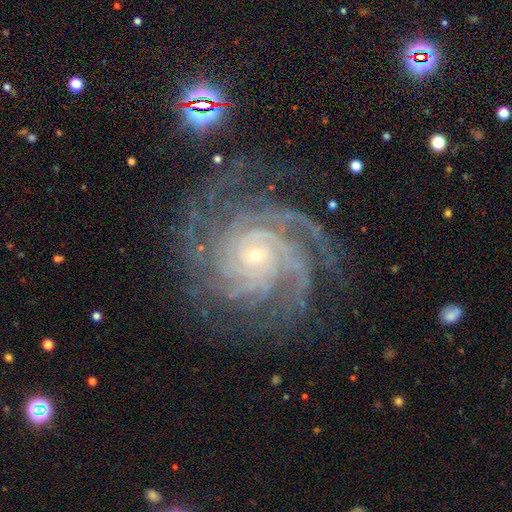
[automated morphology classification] A featured or disk galaxy (91%) with no bar (74%), 4 (30%) tight (76%) spiral arms (99%) and a small central bulge (81%).

Vote fractions:
- Smooth or featured? featured or disk: 91% / star or artifact: 6% / smooth: 3%
- Edge-on disk? no: 98% / yes: 2%
- Bar? no: 74% / weak: 19% / strong: 8%
- Spiral arms? yes: 99% / no: 1%
- Spiral winding? tight: 76% / medium: 21% / loose: 3%
- Spiral arm count? 4: 30% / more than 4: 28% / 3: 13% / can't tell: 13% / 2: 8% / 1: 7%
- Bulge size? small: 81% / moderate: 15% / large: 2% / none: 2% / dominant: 1%
- Merging? none: 76% / minor disturbance: 15% / major disturbance: 8% / merger: 2%